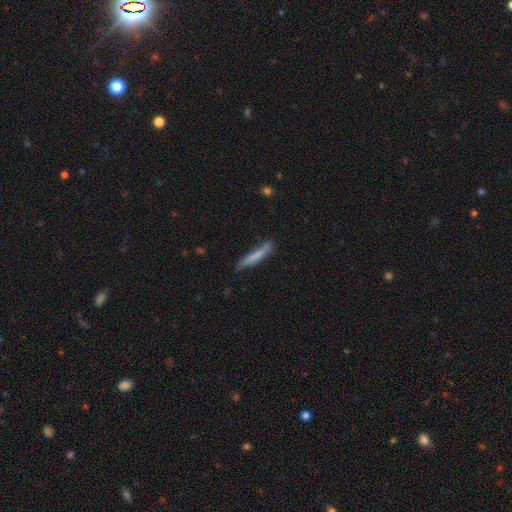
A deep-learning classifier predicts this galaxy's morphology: Smooth or featured? Predicted: smooth (p=0.70). How rounded? Predicted: cigar-shaped (p=0.93). Merging? Predicted: none (p=0.70).